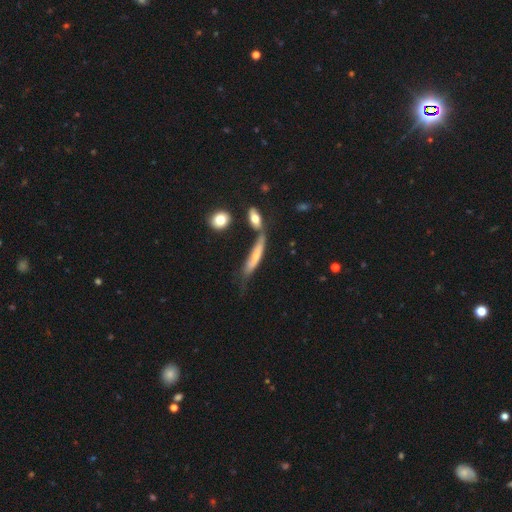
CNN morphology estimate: Smooth or featured?
  - smooth: 50% *
  - featured or disk: 44%
  - star or artifact: 7%
Merging?
  - none: 41% *
  - minor disturbance: 25%
  - merger: 21%
  - major disturbance: 12%